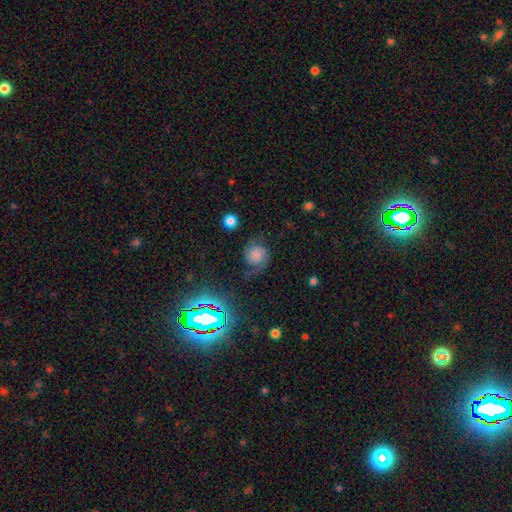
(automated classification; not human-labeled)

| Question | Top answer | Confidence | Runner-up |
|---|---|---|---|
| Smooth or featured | featured or disk | 56% | smooth (29%) |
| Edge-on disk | no | 97% | yes (3%) |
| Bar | no | 74% | weak (21%) |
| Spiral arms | yes | 94% | no (6%) |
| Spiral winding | medium | 45% | loose (34%) |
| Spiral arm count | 2 | 90% | can't tell (4%) |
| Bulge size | none | 33% | large (20%) |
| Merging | none | 66% | minor disturbance (20%) |